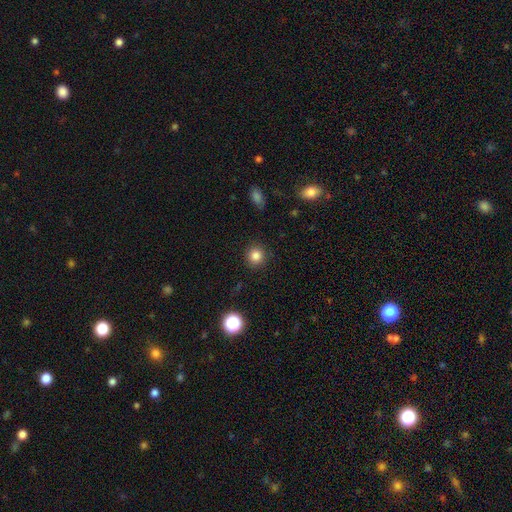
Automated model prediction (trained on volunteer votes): The model was most divided on "smooth or featured": smooth: 84%, star or artifact: 11%, featured or disk: 4%. More confident: how rounded — round (92%); merging — none (90%).